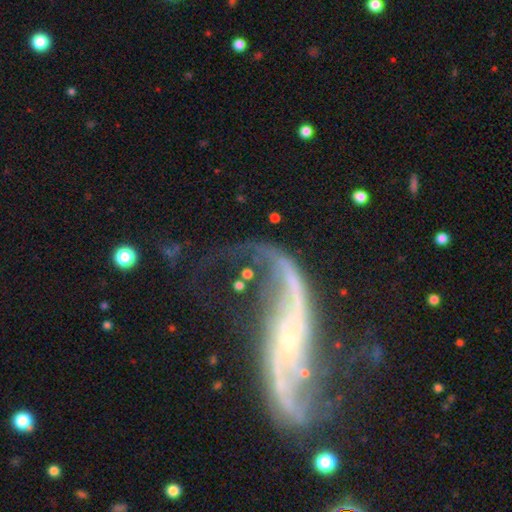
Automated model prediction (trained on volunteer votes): featured or disk 89%, star or artifact 6%, smooth 5%. Down the decision tree: edge-on disk — no (91%); bar — no (51%); spiral arms — yes (94%); spiral arm count — 2 (90%); spiral winding — loose (87%); bulge size — small (75%); merging — none (52%).